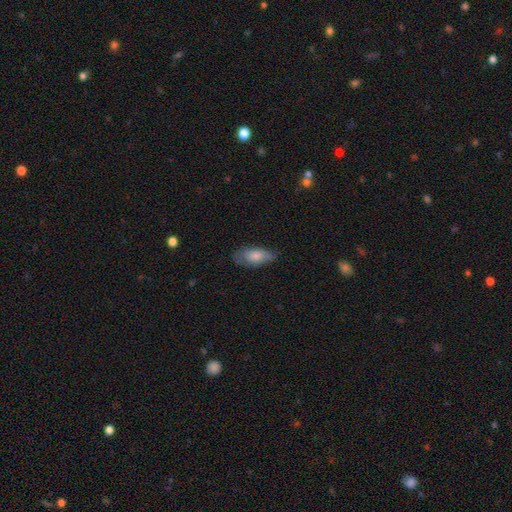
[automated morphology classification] This is likely a smooth galaxy (78%). How rounded: clearly in between (86%). Merging: likely none (65%).